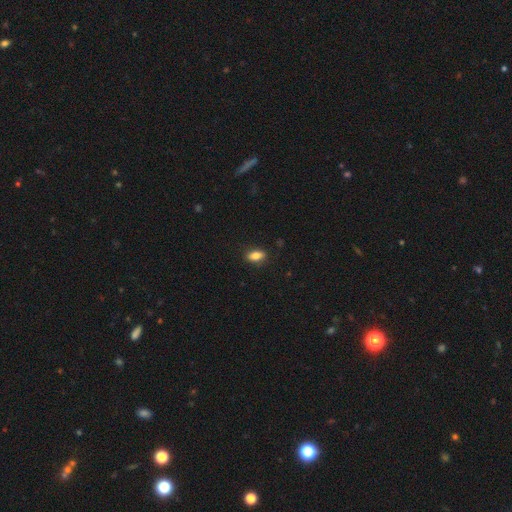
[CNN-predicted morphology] The model was most divided on "how rounded": in between: 85%, cigar-shaped: 10%, round: 5%. More confident: merging — none (87%); smooth or featured — smooth (84%).